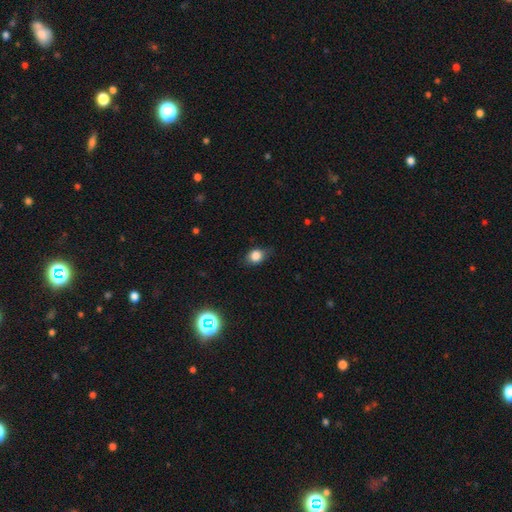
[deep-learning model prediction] smooth_or_featured: smooth (p=0.81) [alt: star or artifact p=0.11]
how_rounded: in between (p=0.55) [alt: round p=0.43]
merging: none (p=0.72) [alt: minor disturbance p=0.22]